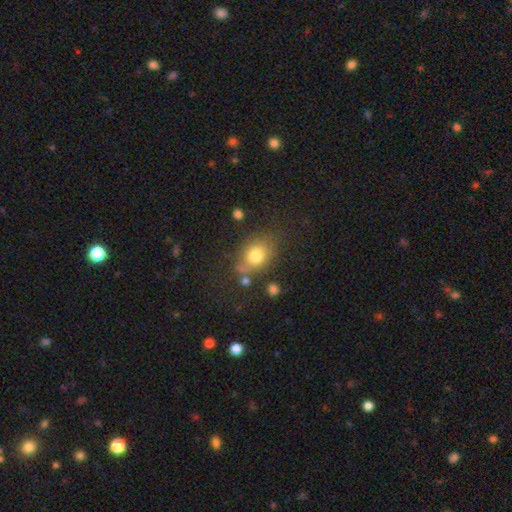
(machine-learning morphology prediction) The model was most divided on "how rounded": in between: 54%, round: 44%, cigar-shaped: 2%. More confident: smooth or featured — smooth (76%); merging — none (62%).